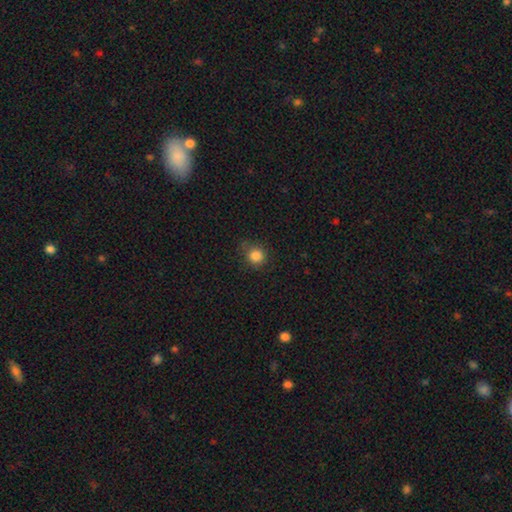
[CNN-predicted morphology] Smooth or featured?
  - smooth: 84% *
  - star or artifact: 12%
  - featured or disk: 4%
How rounded?
  - round: 89% *
  - in between: 10%
  - cigar-shaped: 1%
Merging?
  - none: 76% *
  - minor disturbance: 18%
  - major disturbance: 5%
  - merger: 1%